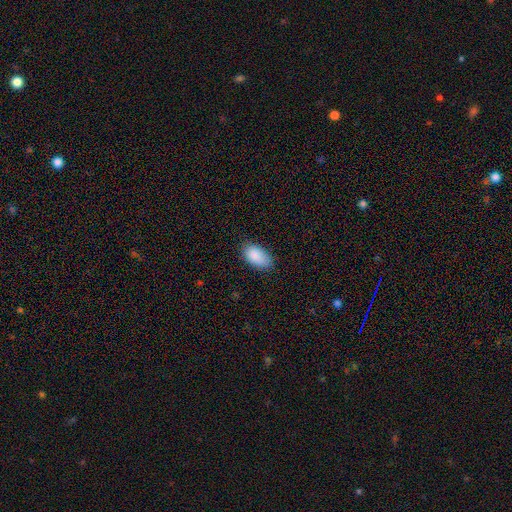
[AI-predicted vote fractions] Smooth or featured?
  - smooth: 88% *
  - star or artifact: 7%
  - featured or disk: 5%
How rounded?
  - in between: 94% *
  - round: 4%
  - cigar-shaped: 2%
Merging?
  - none: 76% *
  - minor disturbance: 19%
  - major disturbance: 4%
  - merger: 1%